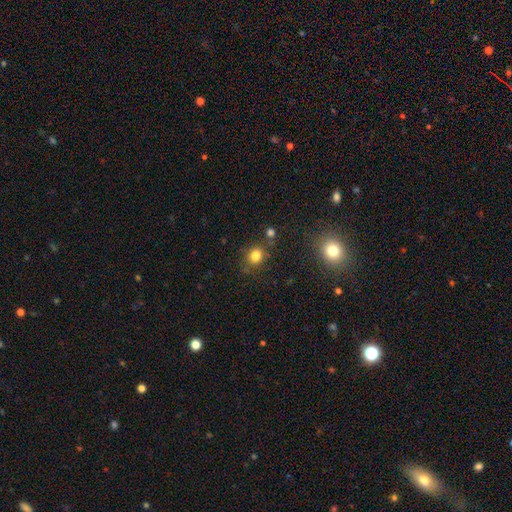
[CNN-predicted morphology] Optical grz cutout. It shows a smooth galaxy with no disk features (80%) that is round (67%). Merging: none (73%).